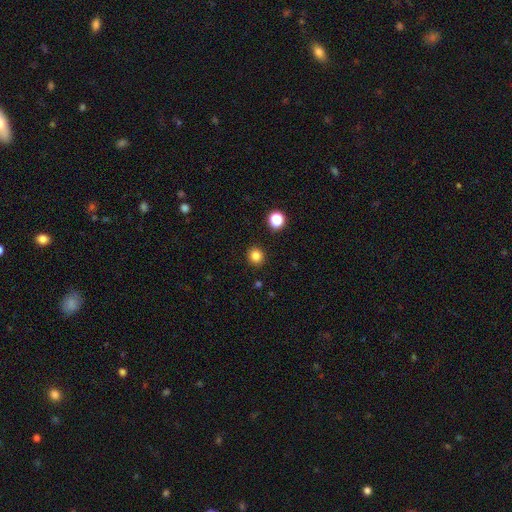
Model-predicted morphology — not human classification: Smooth or featured?
  - smooth: 83% *
  - star or artifact: 13%
  - featured or disk: 4%
How rounded?
  - round: 90% *
  - in between: 9%
  - cigar-shaped: 1%
Merging?
  - none: 91% *
  - minor disturbance: 5%
  - major disturbance: 2%
  - merger: 1%